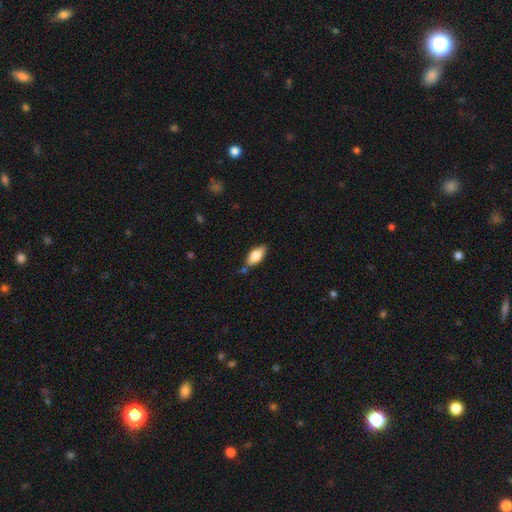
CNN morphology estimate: type=smooth (75%); roundness=in between (87%); merging=none (75%).